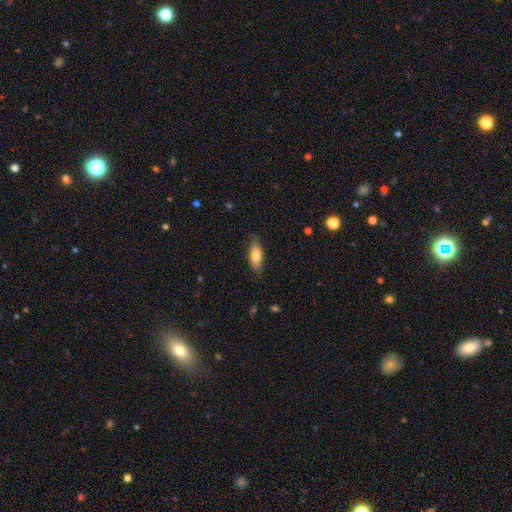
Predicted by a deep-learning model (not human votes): Q: Smooth or featured?
A: smooth (80%); runner-up: featured or disk (14%)
Q: How rounded?
A: in between (74%); runner-up: cigar-shaped (24%)
Q: Merging?
A: none (80%); runner-up: minor disturbance (16%)